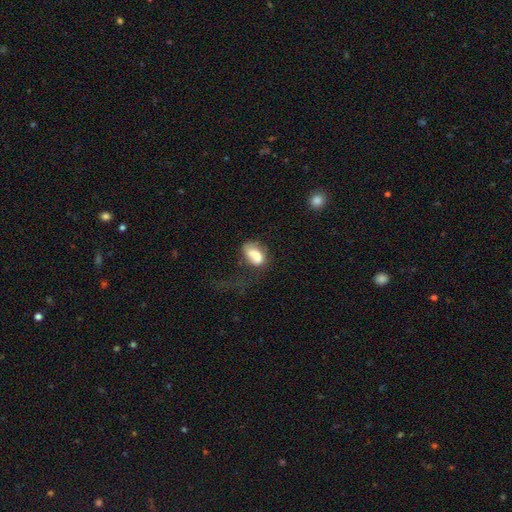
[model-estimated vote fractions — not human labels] This is likely a smooth galaxy (65%). How rounded: likely in between (79%). Merging: marginally major disturbance (29%).